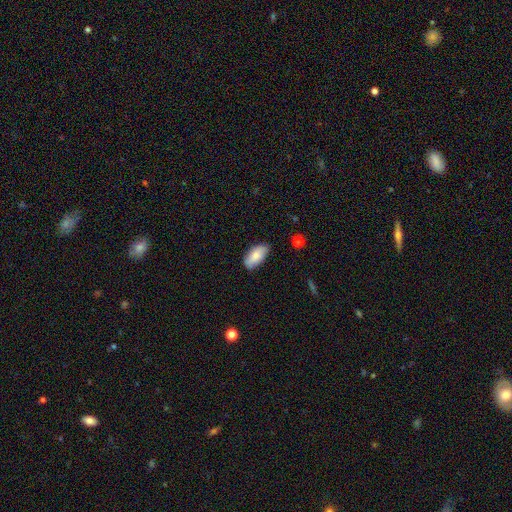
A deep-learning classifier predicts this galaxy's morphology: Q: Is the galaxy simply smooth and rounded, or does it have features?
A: smooth — 76%.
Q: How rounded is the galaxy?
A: in between — 93%.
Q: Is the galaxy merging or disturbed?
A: none — 76%.